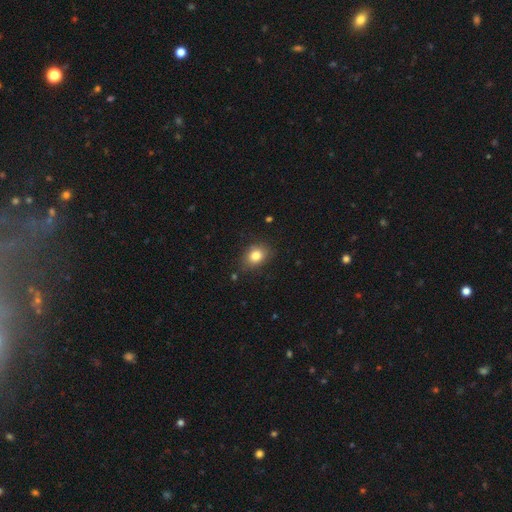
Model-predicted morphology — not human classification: Overall: smooth (82%). How rounded: in between (61%; round 38%). Merging: none (80%).